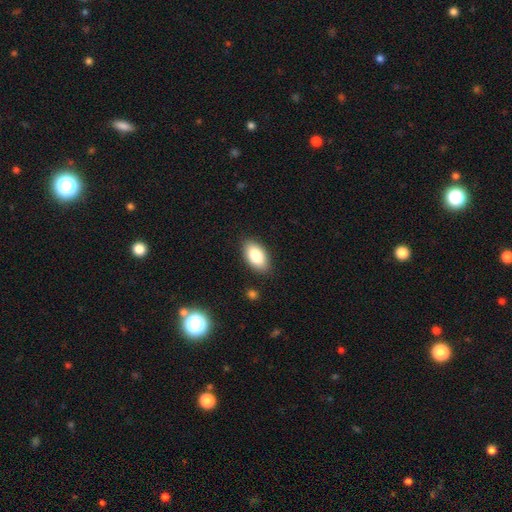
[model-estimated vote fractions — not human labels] Overall: smooth (83%). How rounded: in between (93%). Merging: none (87%).